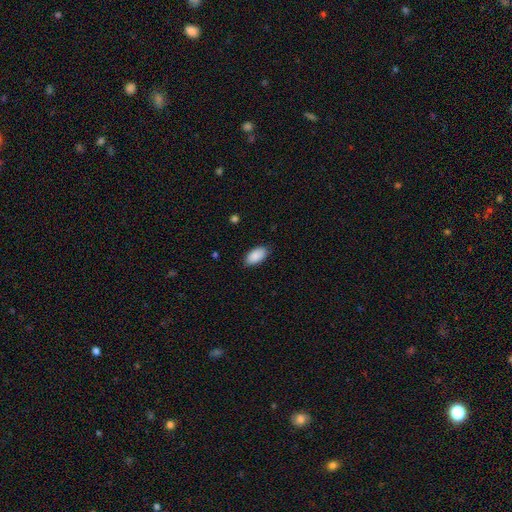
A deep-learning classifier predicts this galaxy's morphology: The model was most divided on "merging": none: 83%, minor disturbance: 13%, major disturbance: 2%, merger: 1%. More confident: how rounded — in between (95%); smooth or featured — smooth (89%).